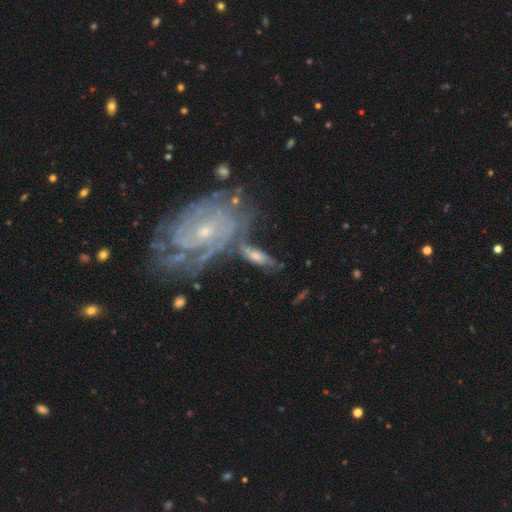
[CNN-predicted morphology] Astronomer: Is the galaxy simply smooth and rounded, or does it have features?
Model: featured or disk — 57% (runner-up: smooth, 34%).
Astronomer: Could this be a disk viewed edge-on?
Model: no — 83%.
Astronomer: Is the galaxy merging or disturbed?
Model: none — 34% (runner-up: merger, 32%).